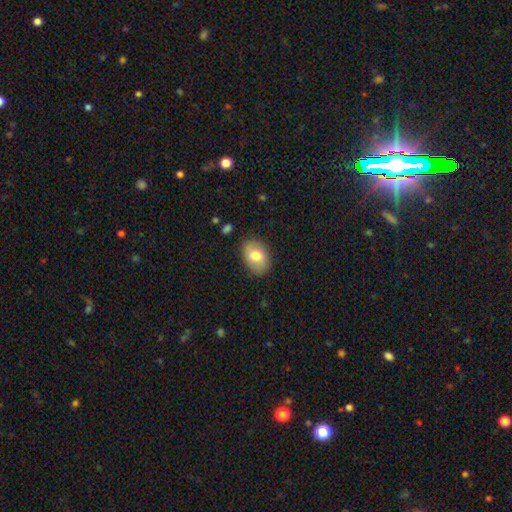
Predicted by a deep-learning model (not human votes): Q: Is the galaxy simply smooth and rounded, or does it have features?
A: smooth — 73%.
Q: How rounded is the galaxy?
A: in between — 77%.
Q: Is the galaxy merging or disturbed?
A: none — 83%.